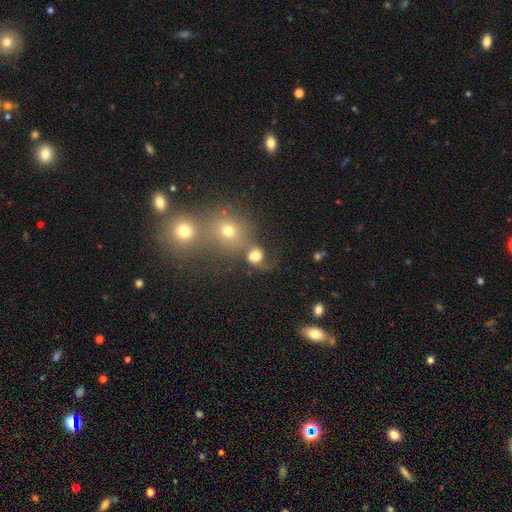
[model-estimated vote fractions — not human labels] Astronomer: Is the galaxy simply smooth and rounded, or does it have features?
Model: smooth — 64%.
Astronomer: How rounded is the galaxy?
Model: round — 72%.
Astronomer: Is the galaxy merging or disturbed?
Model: none — 41% (runner-up: merger, 30%).